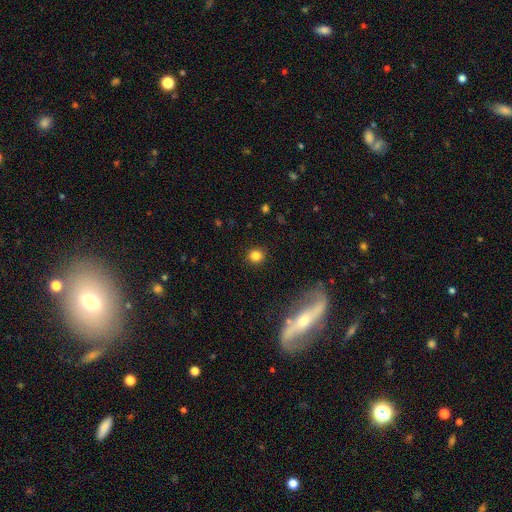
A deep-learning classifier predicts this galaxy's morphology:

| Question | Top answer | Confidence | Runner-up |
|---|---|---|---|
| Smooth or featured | smooth | 83% | star or artifact (12%) |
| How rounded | round | 90% | in between (9%) |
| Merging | none | 91% | minor disturbance (6%) |